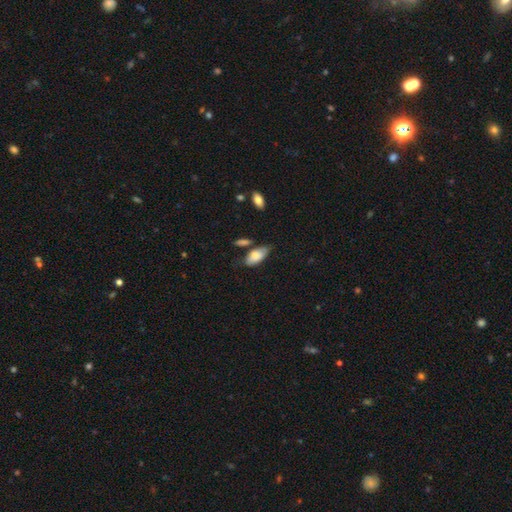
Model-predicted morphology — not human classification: This is likely a smooth galaxy (80%). How rounded: clearly in between (89%). Merging: possibly none (56%).